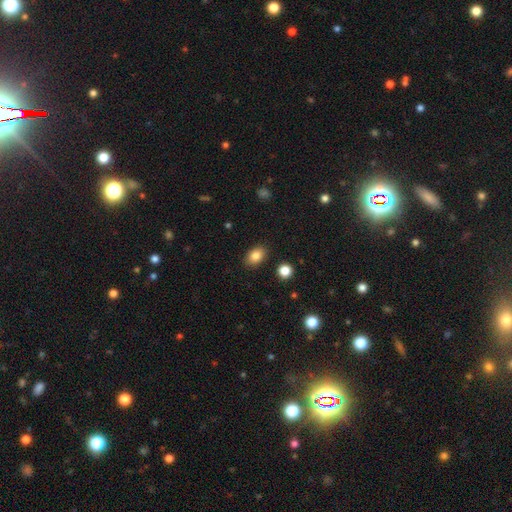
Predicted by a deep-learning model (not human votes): Overall: smooth (84%). How rounded: in between (82%). Merging: none (88%).